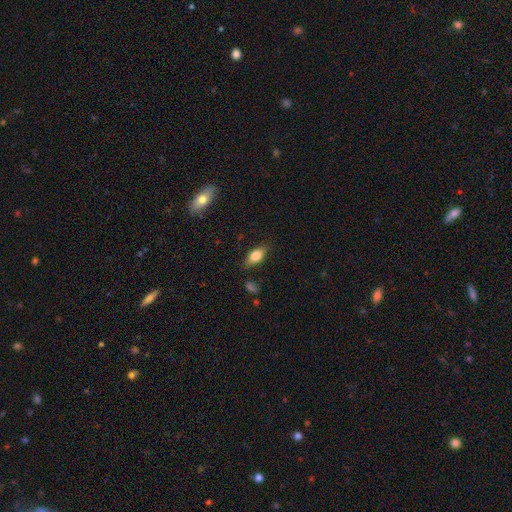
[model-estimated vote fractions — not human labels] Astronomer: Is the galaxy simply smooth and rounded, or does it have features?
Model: smooth — 75%.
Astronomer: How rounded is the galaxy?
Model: in between — 84%.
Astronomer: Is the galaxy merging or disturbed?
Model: none — 80%.